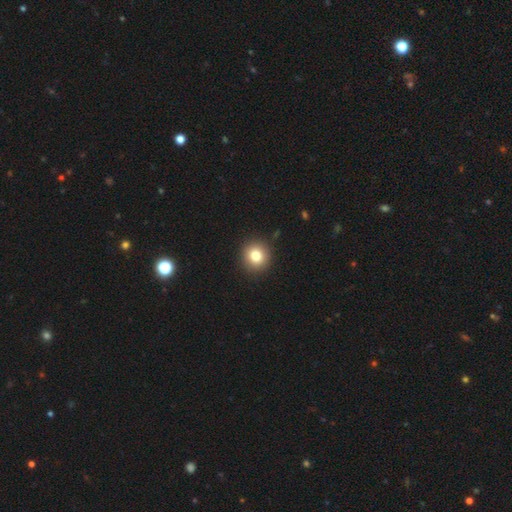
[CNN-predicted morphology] type=smooth (81%); roundness=round (90%); merging=none (91%).